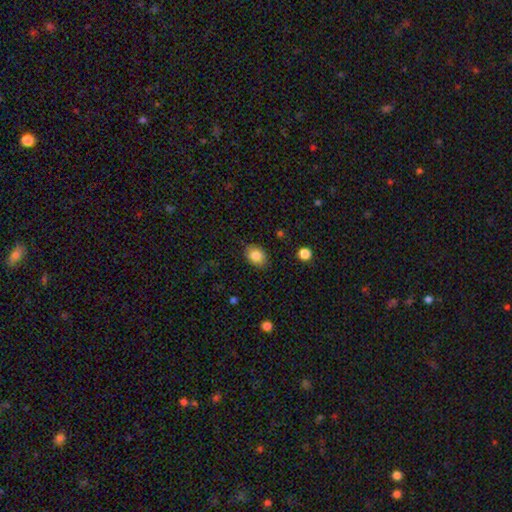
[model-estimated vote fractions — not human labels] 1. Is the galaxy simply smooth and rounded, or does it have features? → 84% smooth, 8% star or artifact, 8% featured or disk.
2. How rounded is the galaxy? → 69% in between, 30% round, 1% cigar-shaped.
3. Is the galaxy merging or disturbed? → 84% none, 12% minor disturbance, 3% major disturbance, 1% merger.